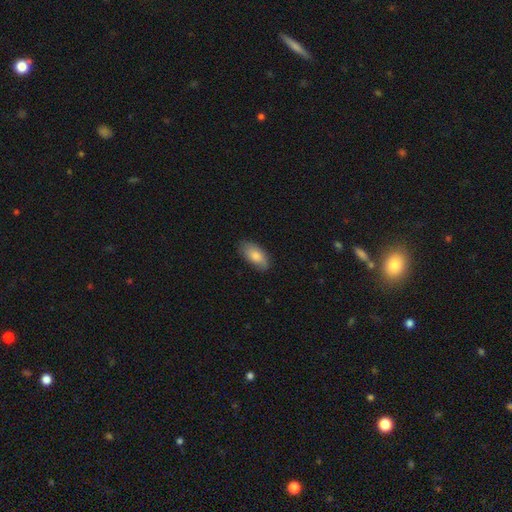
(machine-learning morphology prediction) smooth-or-featured: smooth: 83% | featured or disk: 11% | star or artifact: 6%
  how-rounded: in between: 92% | cigar-shaped: 5% | round: 2%
  merging: none: 81% | minor disturbance: 16% | major disturbance: 3% | merger: 1%